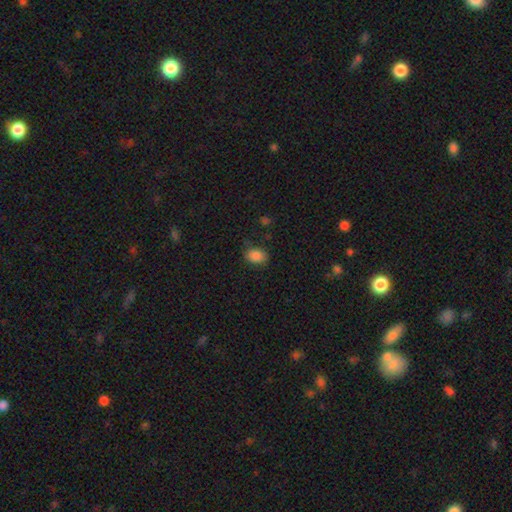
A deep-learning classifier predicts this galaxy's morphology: type=smooth (86%); roundness=in between (72%); merging=none (77%).